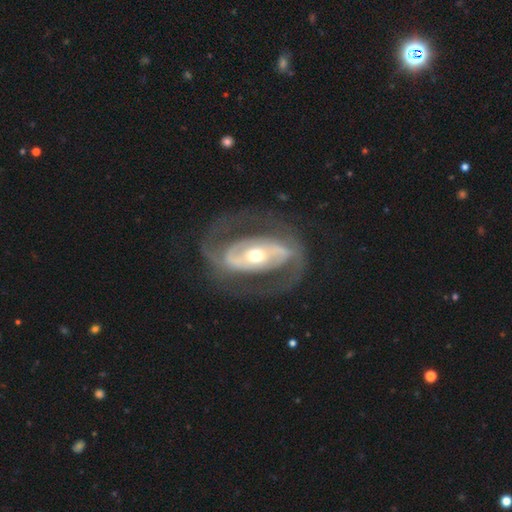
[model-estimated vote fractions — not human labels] A featured or disk galaxy (87%) with a strong bar (47%), 2 (87%) medium (48%) spiral arms (86%) and a moderate central bulge (59%). Merging: none (75%).